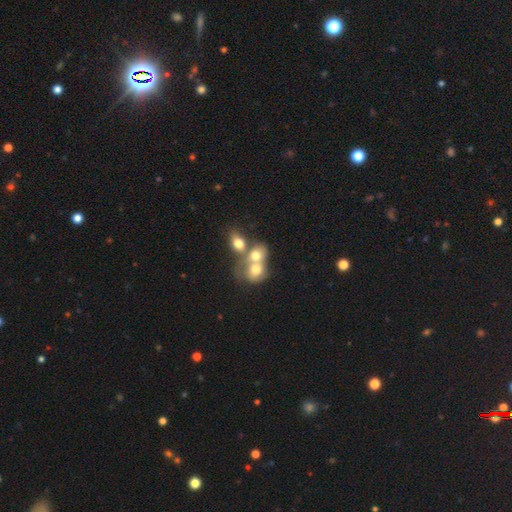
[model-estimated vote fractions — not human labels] This appears to be a smooth galaxy with no disk features (64%) that is round (49%, tied with in between). Merging: merger (70%).